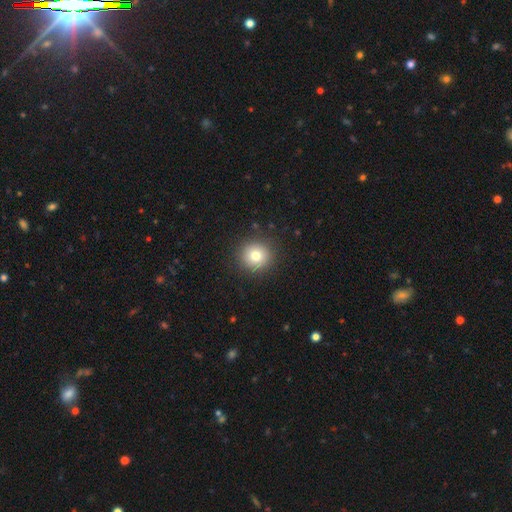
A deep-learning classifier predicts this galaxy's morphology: Q: Smooth or featured?
A: smooth (78%); runner-up: star or artifact (12%)
Q: How rounded?
A: round (93%); runner-up: in between (6%)
Q: Merging?
A: none (90%); runner-up: minor disturbance (6%)